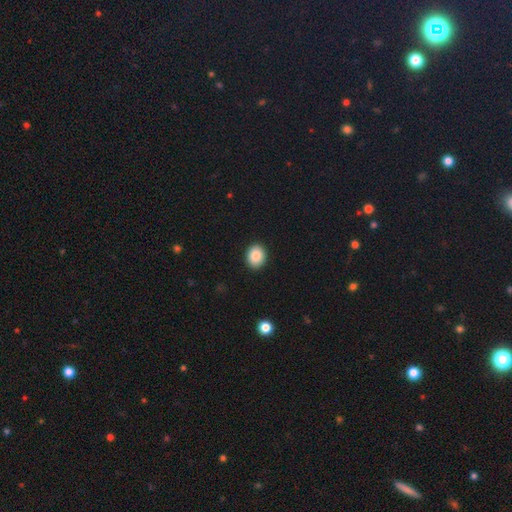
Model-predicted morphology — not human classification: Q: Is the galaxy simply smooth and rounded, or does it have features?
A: smooth — 87%.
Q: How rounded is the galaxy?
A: round — 54%.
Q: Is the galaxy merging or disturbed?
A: none — 91%.